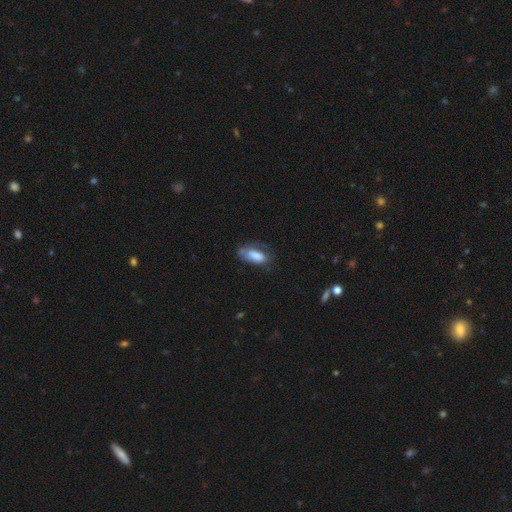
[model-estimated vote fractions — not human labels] A smooth galaxy with no disk features (73%) that is in between round and cigar-shaped (82%). Merging: none (45%).